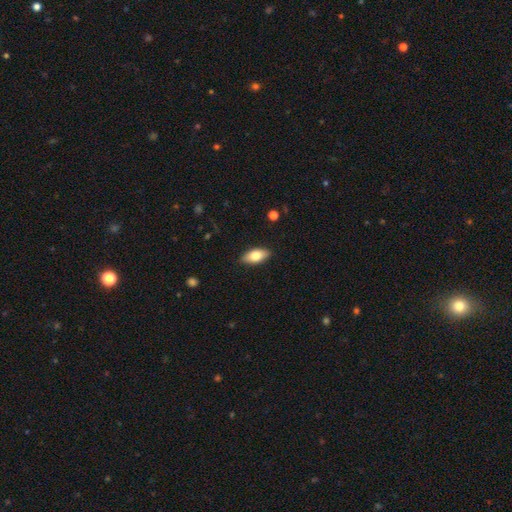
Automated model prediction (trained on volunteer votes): A smooth galaxy with no disk features (76%) that is in between round and cigar-shaped (88%). Merging: none (88%).